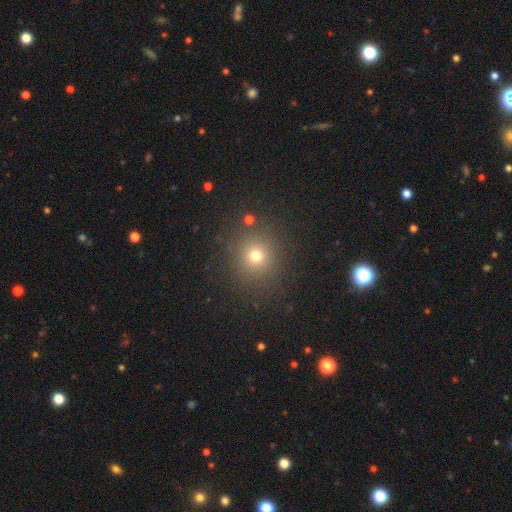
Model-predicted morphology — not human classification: type=smooth (72%); roundness=round (91%); merging=none (87%).